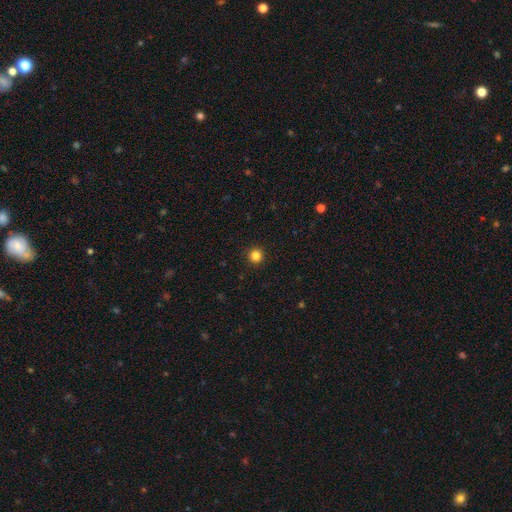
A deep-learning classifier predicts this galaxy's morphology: Smooth or featured: smooth — 84% (star or artifact — 13%)
How rounded: round — 96% (in between — 3%)
Merging: none — 93% (minor disturbance — 4%)